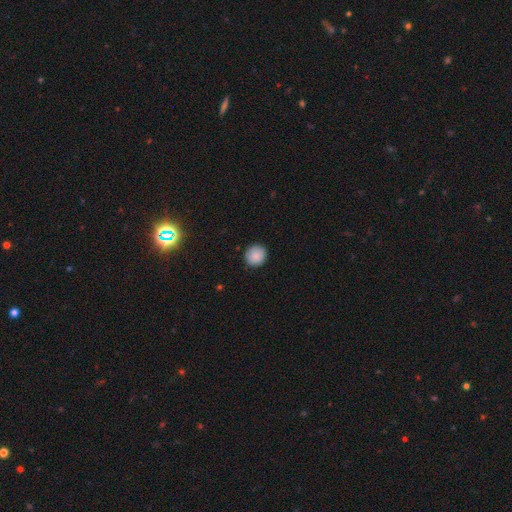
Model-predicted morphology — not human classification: smooth 88%, star or artifact 8%, featured or disk 4%. Down the decision tree: how rounded — round (92%); merging — none (90%).